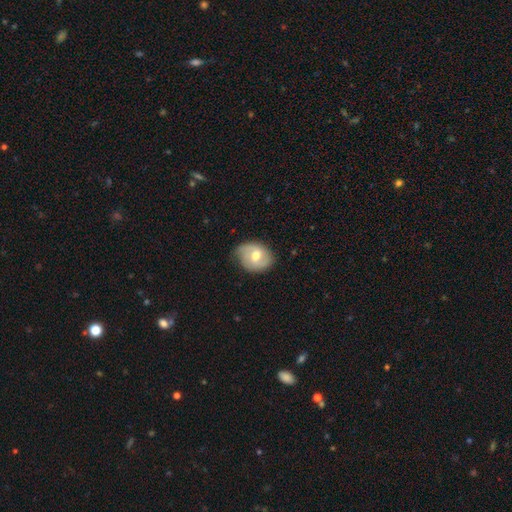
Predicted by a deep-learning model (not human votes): This is possibly a featured or disk galaxy (53%). It is clearly not viewed edge-on (96%). Bar: possibly weak (51%). Spiral arm pattern: likely yes (79%). Central bulge: likely moderate (74%). Merging: likely none (69%).